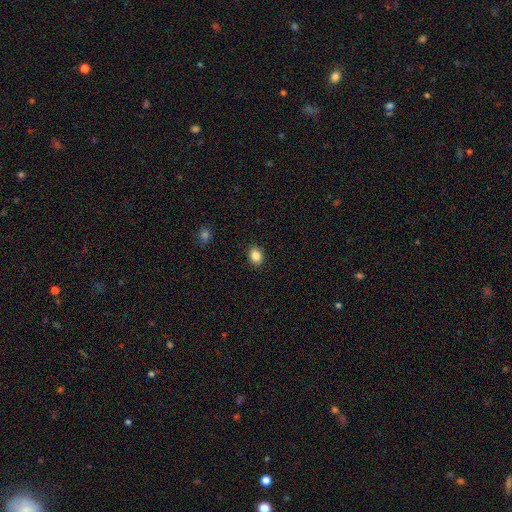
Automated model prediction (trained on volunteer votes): Overall: smooth (86%). How rounded: round (51%; in between 48%). Merging: none (91%).